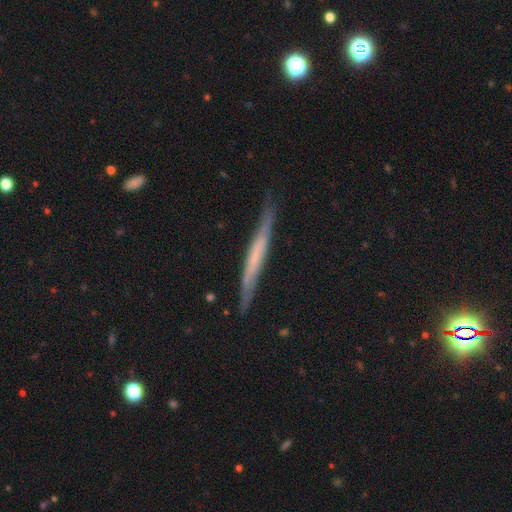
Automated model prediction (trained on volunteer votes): The model was most divided on "smooth or featured": featured or disk: 56%, smooth: 38%, star or artifact: 6%. More confident: edge-on disk — yes (94%); merging — none (83%); edge-on bulge — none (78%).